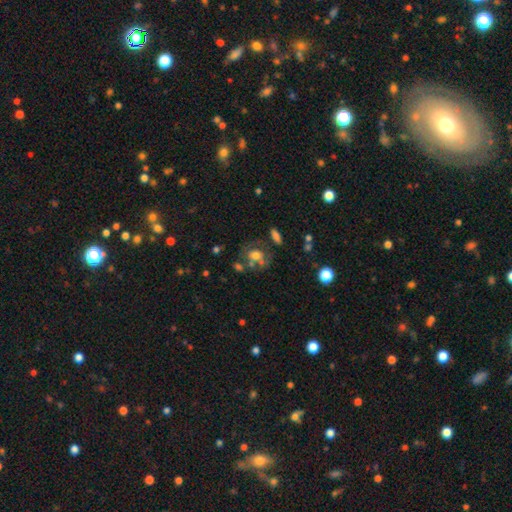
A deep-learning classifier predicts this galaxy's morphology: A smooth galaxy with no disk features (53%) that is in between round and cigar-shaped (50%).

Vote fractions:
- Smooth or featured? smooth: 53% / featured or disk: 35% / star or artifact: 12%
- How rounded? in between: 50% / round: 48% / cigar-shaped: 2%
- Merging? none: 50% / merger: 19% / minor disturbance: 18% / major disturbance: 13%